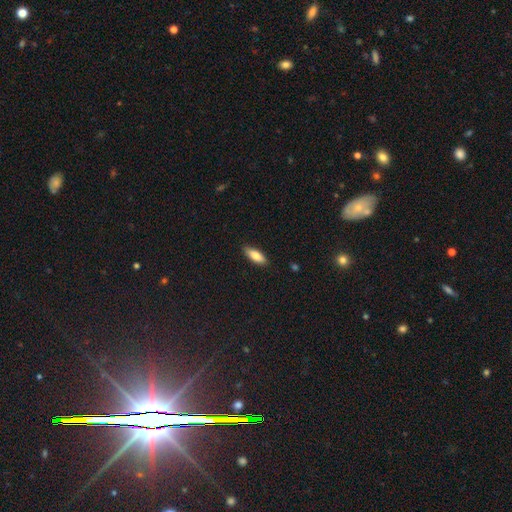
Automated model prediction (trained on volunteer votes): This appears to be a smooth galaxy with no disk features (80%) that is in between round and cigar-shaped (67%). Merging: none (87%).